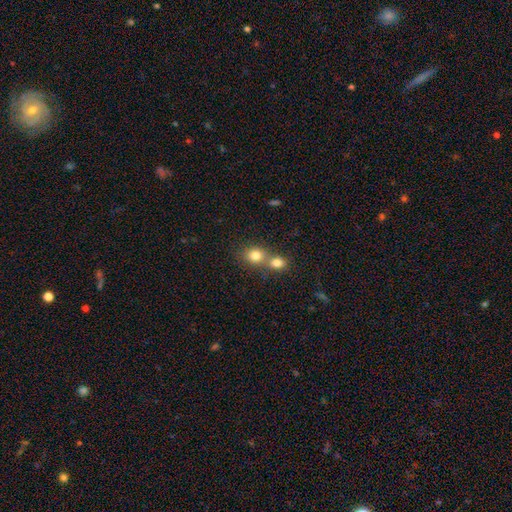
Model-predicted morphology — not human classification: The model was most divided on "merging": merger: 50%, none: 41%, minor disturbance: 6%, major disturbance: 2%. More confident: smooth or featured — smooth (80%); how rounded — round (70%).